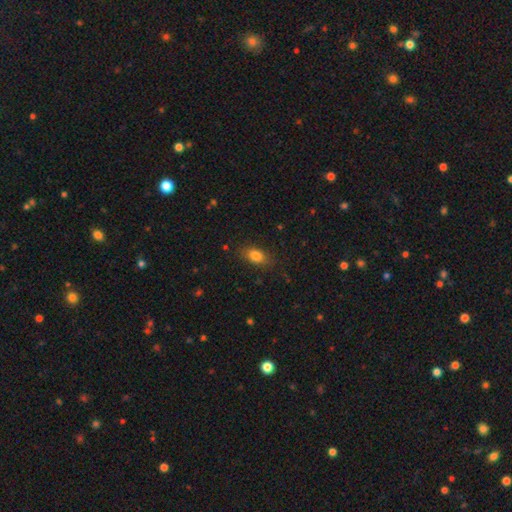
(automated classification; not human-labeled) Smooth or featured? Predicted: smooth (p=0.82). How rounded? Predicted: in between (p=0.83). Merging? Predicted: none (p=0.82).